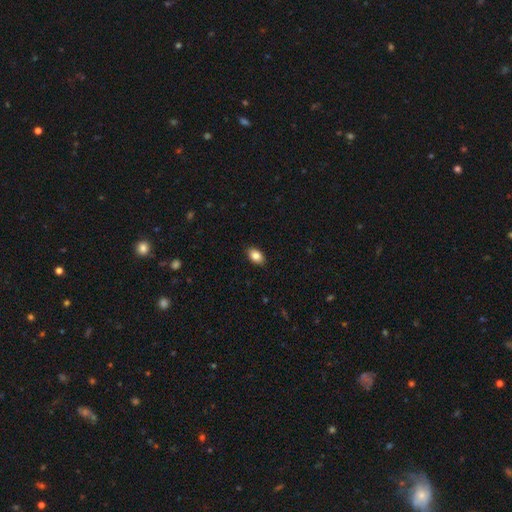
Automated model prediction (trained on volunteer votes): Smooth or featured? smooth (85%)
How rounded? in between (88%)
Merging? none (88%)